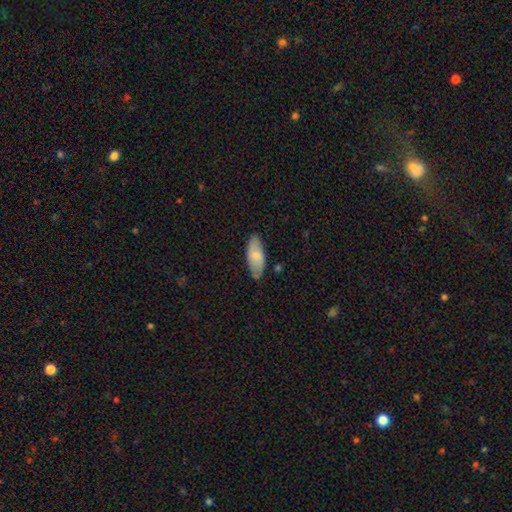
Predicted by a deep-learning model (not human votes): Smooth or featured: smooth — 76% (featured or disk — 19%)
How rounded: in between — 82% (cigar-shaped — 16%)
Merging: none — 78% (minor disturbance — 18%)